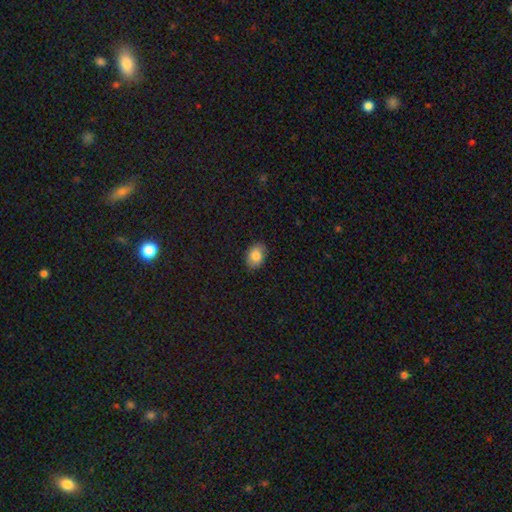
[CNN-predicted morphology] This appears to be a smooth galaxy with no disk features (84%) that is in between round and cigar-shaped (77%). Merging: none (85%).